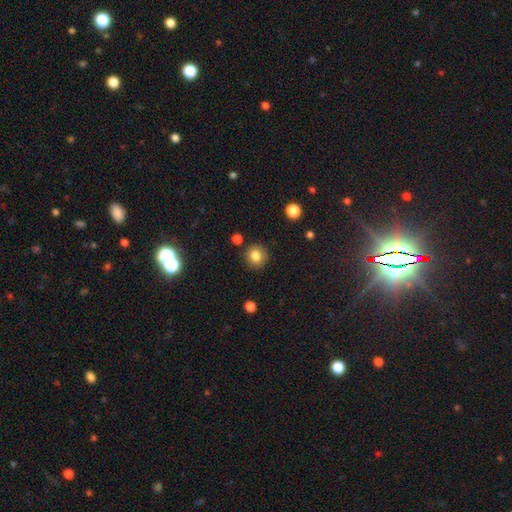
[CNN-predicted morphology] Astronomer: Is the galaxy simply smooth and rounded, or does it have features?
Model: smooth — 81%.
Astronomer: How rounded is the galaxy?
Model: round — 92%.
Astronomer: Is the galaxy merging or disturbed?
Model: none — 88%.